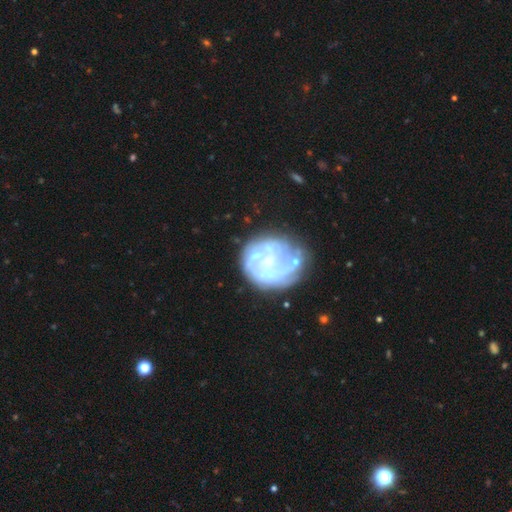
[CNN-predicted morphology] This is likely a featured or disk galaxy (72%). It is clearly not viewed edge-on (98%). Bar: likely no (78%). Spiral arm pattern: possibly no (53%). Central bulge: marginally none (43%). Merging: possibly none (50%).